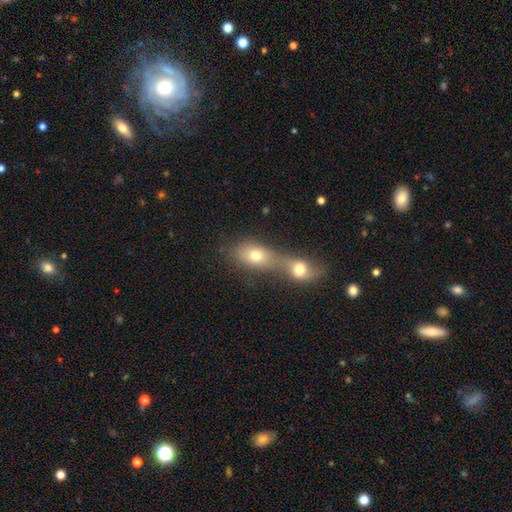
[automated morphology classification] A smooth galaxy with no disk features (71%) that is in between round and cigar-shaped (60%).

Vote fractions:
- Smooth or featured? smooth: 71% / featured or disk: 18% / star or artifact: 11%
- How rounded? in between: 60% / round: 36% / cigar-shaped: 3%
- Merging? merger: 77% / none: 15% / minor disturbance: 4% / major disturbance: 4%